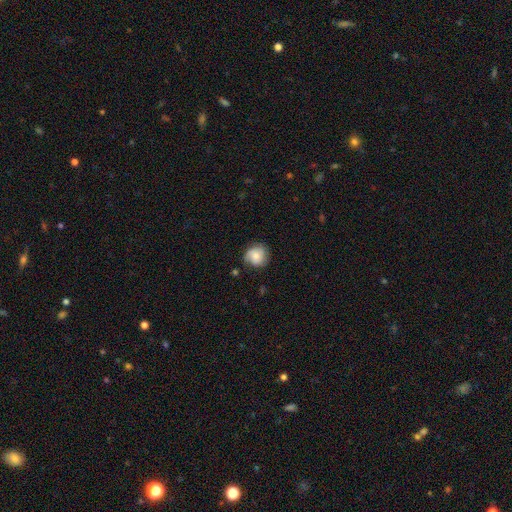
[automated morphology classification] A smooth galaxy with no disk features (58%) that is round (85%).

Vote fractions:
- Smooth or featured? smooth: 58% / featured or disk: 33% / star or artifact: 9%
- How rounded? round: 85% / in between: 14% / cigar-shaped: 1%
- Merging? none: 67% / minor disturbance: 24% / major disturbance: 6% / merger: 2%